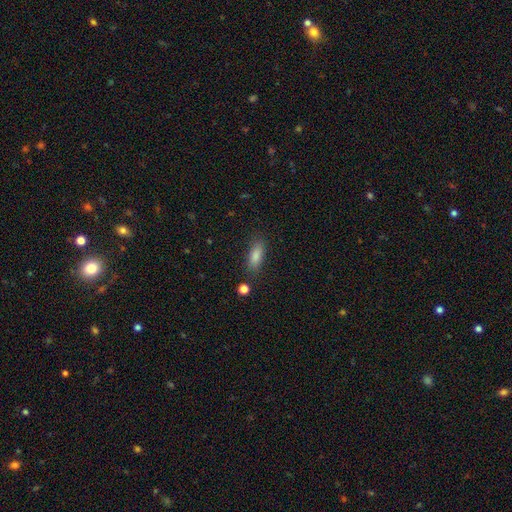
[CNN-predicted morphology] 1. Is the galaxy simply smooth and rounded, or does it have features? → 81% smooth, 10% star or artifact, 9% featured or disk.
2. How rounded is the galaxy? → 63% in between, 34% cigar-shaped, 3% round.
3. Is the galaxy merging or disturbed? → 83% none, 11% minor disturbance, 3% major disturbance, 3% merger.